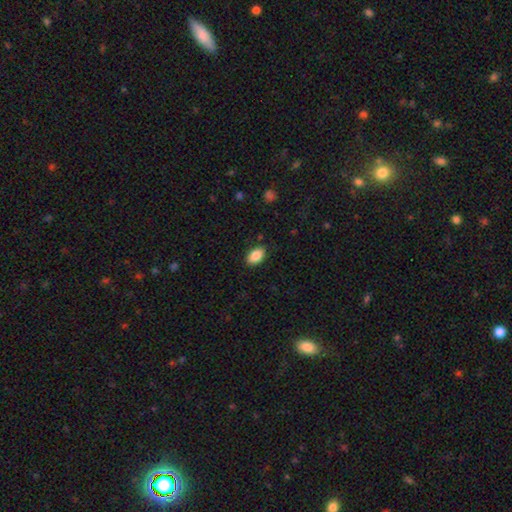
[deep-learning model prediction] Morphology: type=smooth (87%); roundness=in between (92%); merging=none (87%).